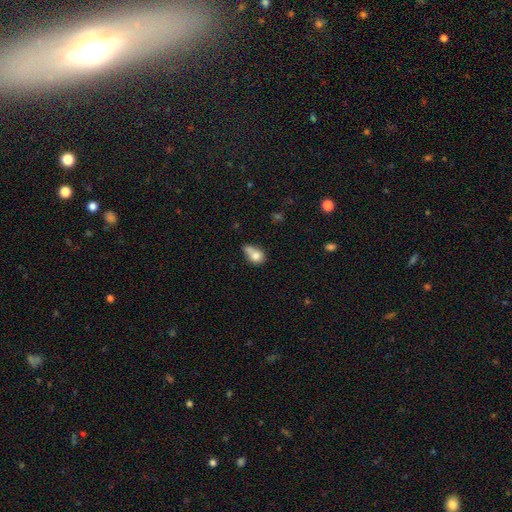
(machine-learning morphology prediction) smooth-or-featured: smooth: 75% | featured or disk: 15% | star or artifact: 10%
  how-rounded: in between: 60% | round: 37% | cigar-shaped: 3%
  merging: merger: 36% | none: 26% | minor disturbance: 25% | major disturbance: 13%